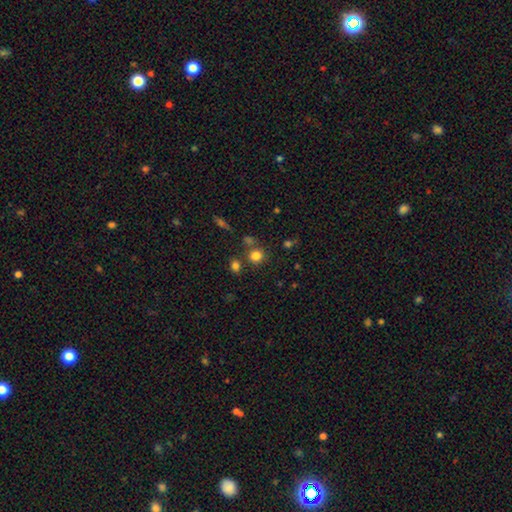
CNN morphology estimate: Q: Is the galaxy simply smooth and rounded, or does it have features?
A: smooth — 79%.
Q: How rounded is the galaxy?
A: round — 87%.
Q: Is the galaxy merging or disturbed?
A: none — 72%.